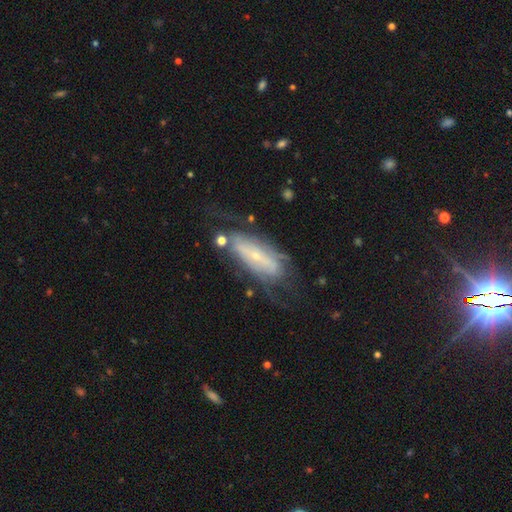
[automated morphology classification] This is likely a featured or disk galaxy (71%). It is clearly not viewed edge-on (80%). Bar: possibly no (52%). Spiral arm pattern: likely yes (70%). Central bulge: likely small (79%). Merging: possibly none (53%).